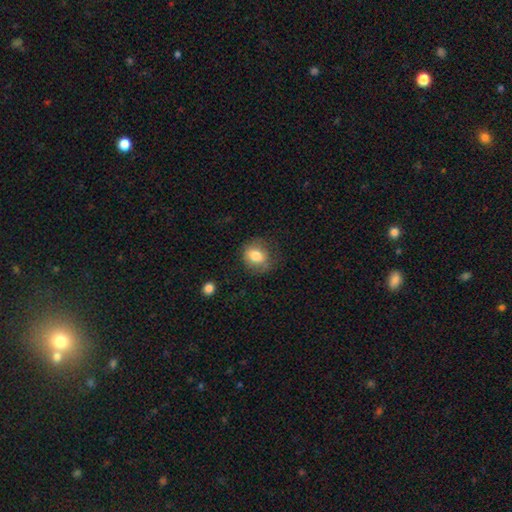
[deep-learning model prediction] Overall: smooth (77%). How rounded: round (52%; in between 46%). Merging: none (69%).